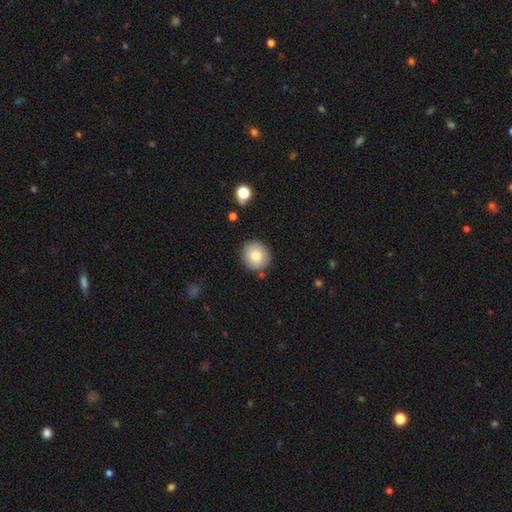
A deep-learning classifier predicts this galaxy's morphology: Overall: smooth (82%). How rounded: round (85%). Merging: none (86%).